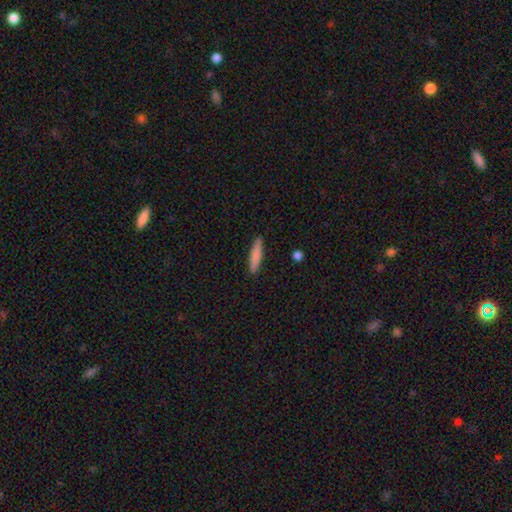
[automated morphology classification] smooth 81%, featured or disk 13%, star or artifact 6%. Down the decision tree: how rounded — cigar-shaped (86%); merging — none (88%).